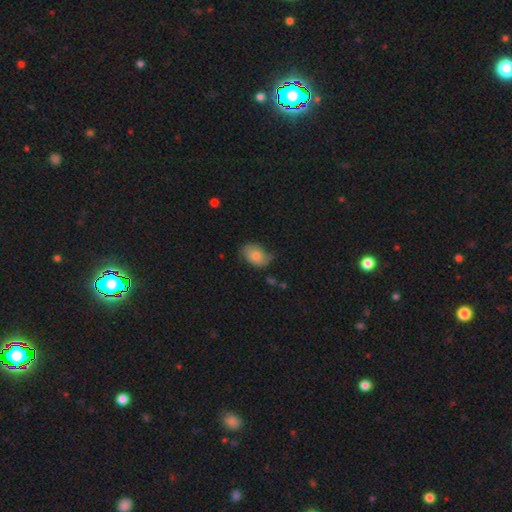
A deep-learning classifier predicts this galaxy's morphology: A smooth galaxy with no disk features (71%) that is in between round and cigar-shaped (85%). Merging: none (57%).